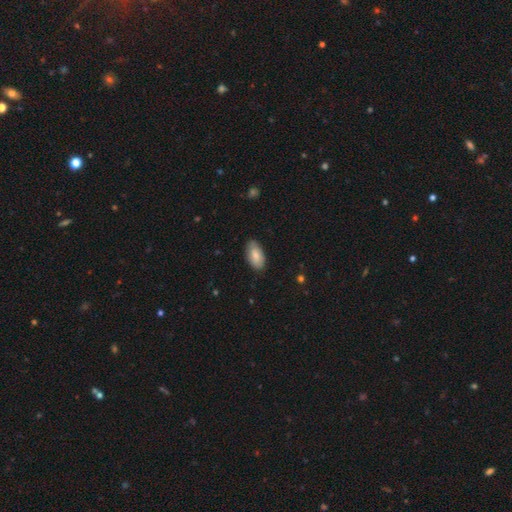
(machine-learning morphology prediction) This is likely a smooth galaxy (78%). How rounded: clearly in between (94%). Merging: likely none (80%).